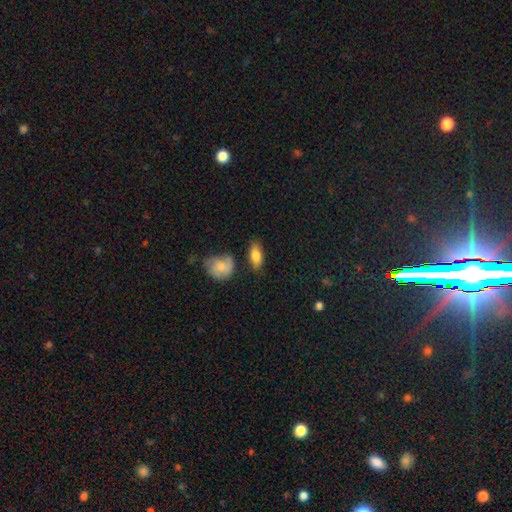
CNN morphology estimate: Smooth or featured? smooth (81%)
How rounded? in between (87%)
Merging? none (74%)